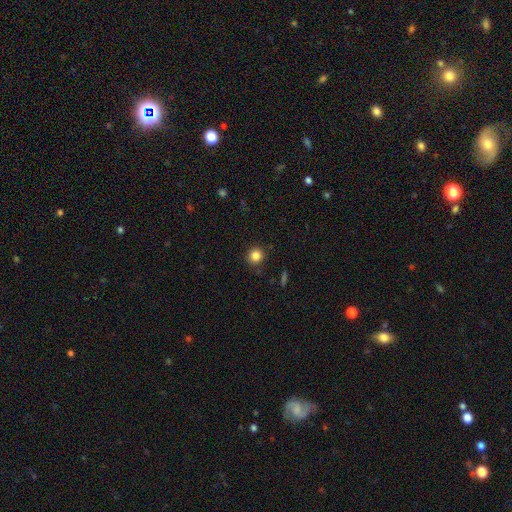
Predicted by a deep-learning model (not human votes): Q: Smooth or featured?
A: smooth (83%); runner-up: star or artifact (12%)
Q: How rounded?
A: round (94%); runner-up: in between (6%)
Q: Merging?
A: none (89%); runner-up: minor disturbance (7%)